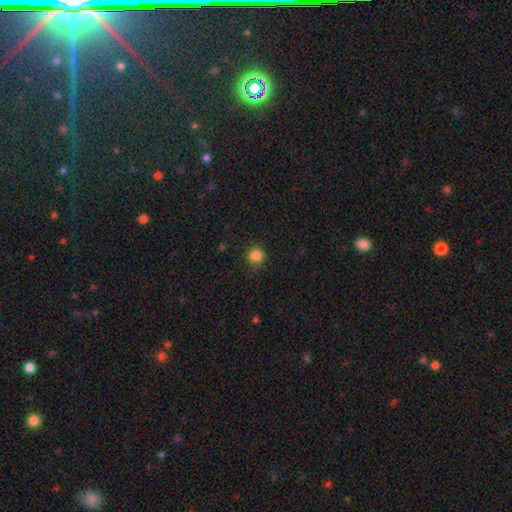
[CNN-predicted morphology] smooth_or_featured: smooth (p=0.85) [alt: star or artifact p=0.11]
how_rounded: round (p=0.93) [alt: in between p=0.06]
merging: none (p=0.89) [alt: minor disturbance p=0.08]